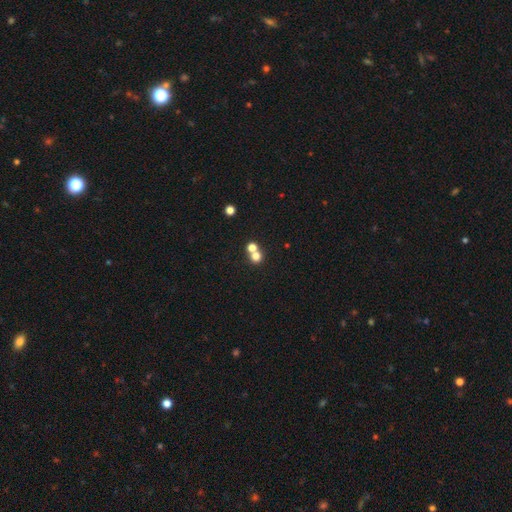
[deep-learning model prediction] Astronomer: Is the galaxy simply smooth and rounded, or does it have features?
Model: smooth — 73%.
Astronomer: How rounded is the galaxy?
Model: round — 86%.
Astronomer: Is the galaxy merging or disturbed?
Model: merger — 48% (runner-up: none, 44%).